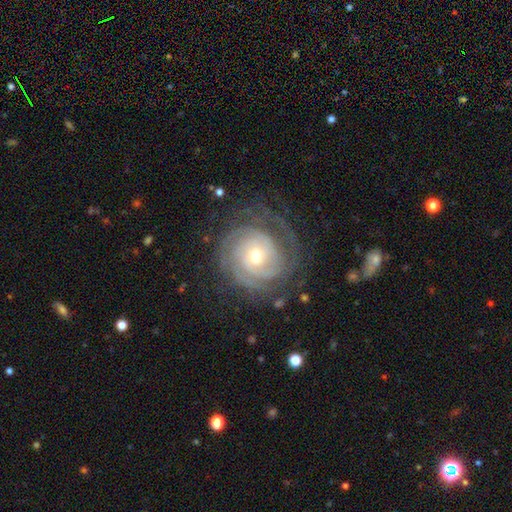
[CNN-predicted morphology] Smooth or featured? Predicted: featured or disk (p=0.86). Edge-on disk? Predicted: no (p=0.97). Bar? Predicted: no (p=0.71). Spiral arms? Predicted: yes (p=0.96). Spiral winding? Predicted: tight (p=0.79). Spiral arm count? Predicted: can't tell (p=0.33). Bulge size? Predicted: moderate (p=0.54). Merging? Predicted: none (p=0.72).